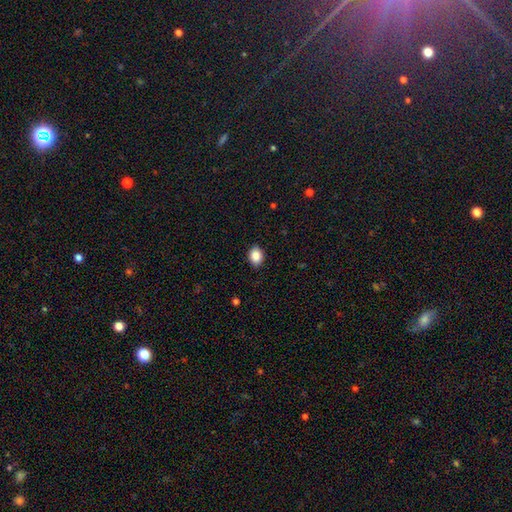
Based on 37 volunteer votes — A smooth galaxy with no disk features (95%) that is in between round and cigar-shaped (60%).

Vote fractions:
- Smooth or featured? smooth: 95% / star or artifact: 5% / featured or disk: 0%
- How rounded? in between: 60% / round: 40% / cigar-shaped: 0%
- Merging? none: 86% / minor disturbance: 9% / major disturbance: 3% / merger: 3%